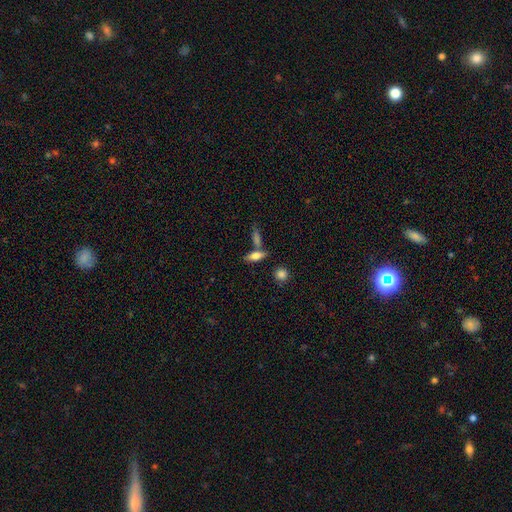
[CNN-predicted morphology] smooth 66%, featured or disk 26%, star or artifact 8%. Down the decision tree: how rounded — in between (56%); merging — none (63%).